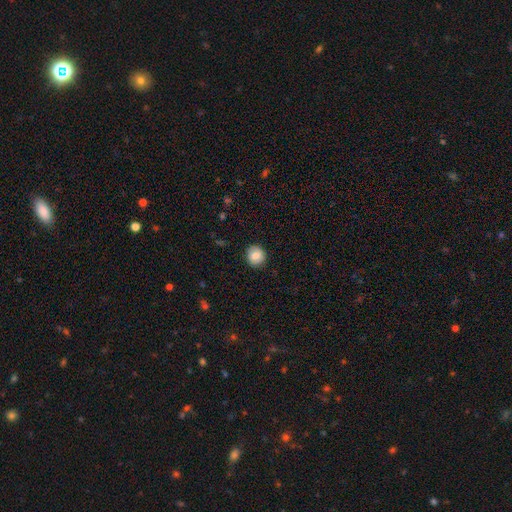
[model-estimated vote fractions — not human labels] Smooth or featured? smooth (84%)
How rounded? round (89%)
Merging? none (90%)